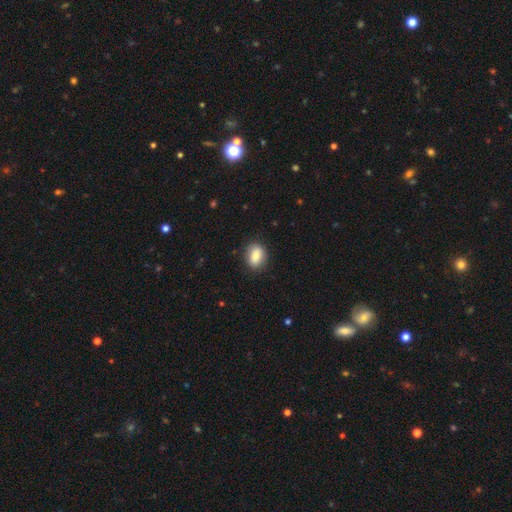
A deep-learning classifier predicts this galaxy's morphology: Overall: smooth (83%). How rounded: in between (71%). Merging: none (84%).